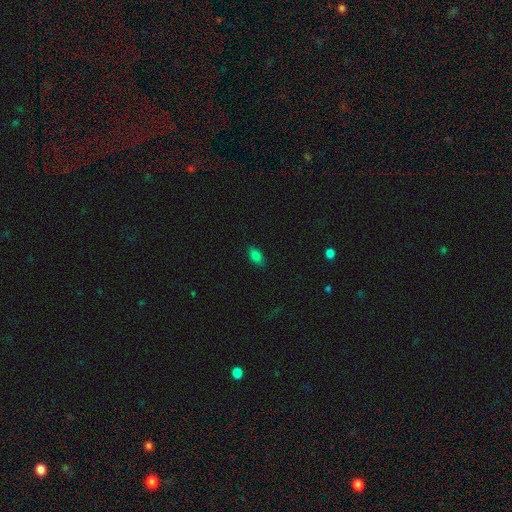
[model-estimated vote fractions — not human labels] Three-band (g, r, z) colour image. It shows a smooth galaxy with no disk features (81%) that is in between round and cigar-shaped (91%). Merging: none (85%).